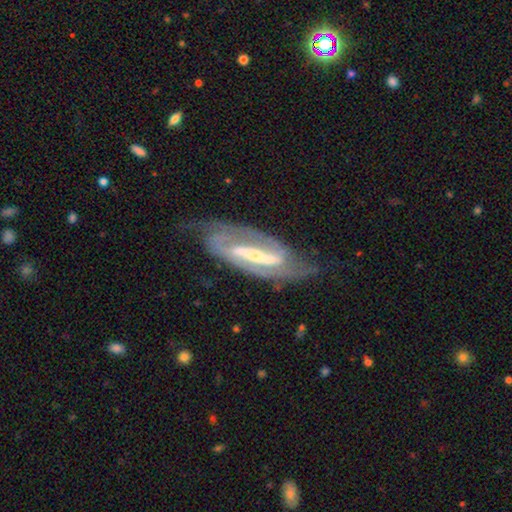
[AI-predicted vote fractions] A featured or disk galaxy (89%) with a strong bar (75%), 2 (88%) medium (45%) spiral arms (93%) and a small central bulge (56%).

Vote fractions:
- Smooth or featured? featured or disk: 89% / smooth: 6% / star or artifact: 5%
- Edge-on disk? no: 89% / yes: 11%
- Bar? strong: 75% / weak: 18% / no: 7%
- Spiral arms? yes: 93% / no: 7%
- Spiral winding? medium: 45% / tight: 34% / loose: 20%
- Spiral arm count? 2: 88% / can't tell: 6% / 3: 2% / 1: 2% / 4: 1% / more than 4: 1%
- Bulge size? small: 56% / moderate: 37% / large: 3% / none: 2% / dominant: 1%
- Merging? none: 68% / minor disturbance: 19% / major disturbance: 10% / merger: 2%